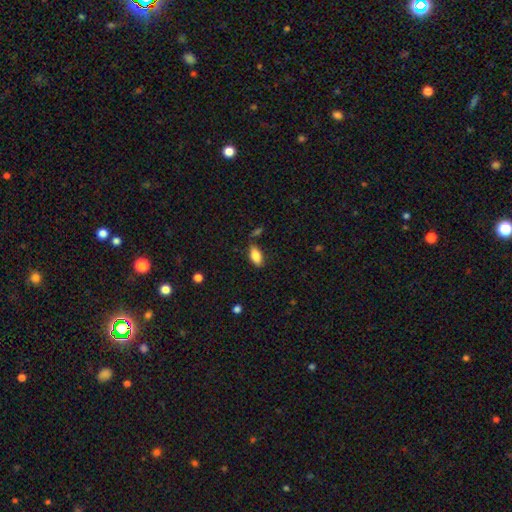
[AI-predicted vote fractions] Q: Smooth or featured?
A: smooth (85%); runner-up: featured or disk (7%)
Q: How rounded?
A: in between (91%); runner-up: cigar-shaped (7%)
Q: Merging?
A: none (78%); runner-up: minor disturbance (15%)